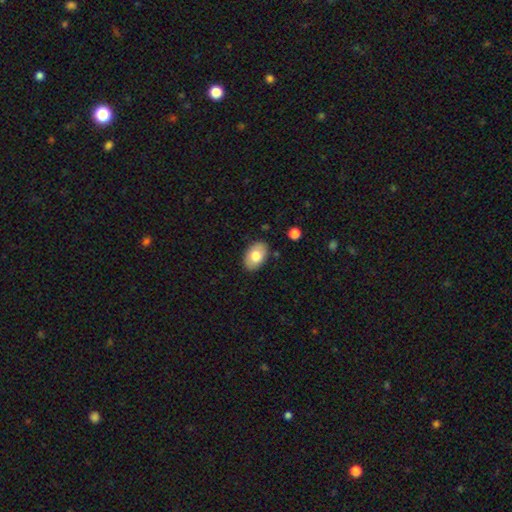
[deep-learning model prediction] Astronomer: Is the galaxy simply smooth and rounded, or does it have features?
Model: smooth — 79%.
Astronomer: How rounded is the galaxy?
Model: in between — 89%.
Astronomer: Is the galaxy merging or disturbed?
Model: none — 86%.